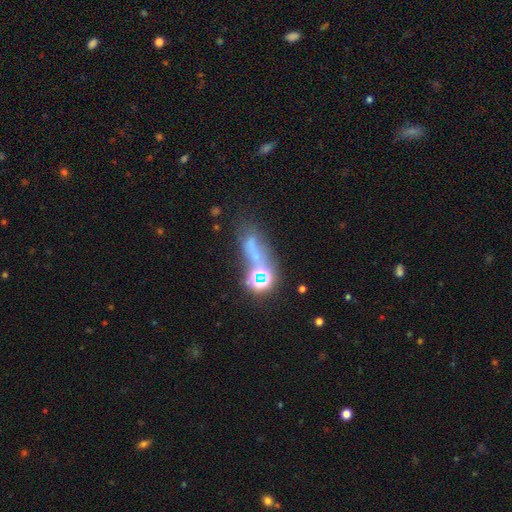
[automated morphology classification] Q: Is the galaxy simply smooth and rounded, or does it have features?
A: star or artifact — 38%.